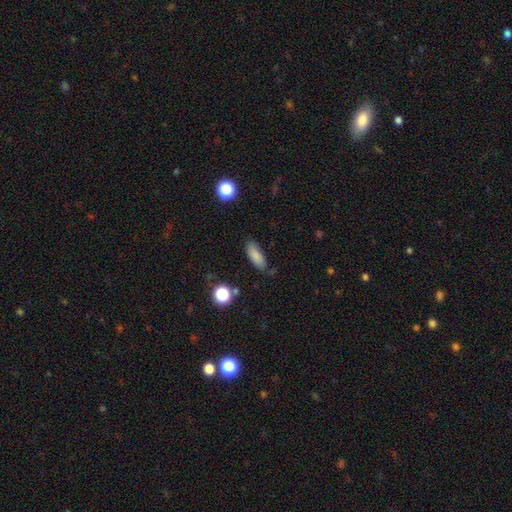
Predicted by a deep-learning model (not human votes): smooth_or_featured: smooth (p=0.83) [alt: star or artifact p=0.09]
how_rounded: in between (p=0.68) [alt: cigar-shaped p=0.29]
merging: none (p=0.77) [alt: minor disturbance p=0.17]